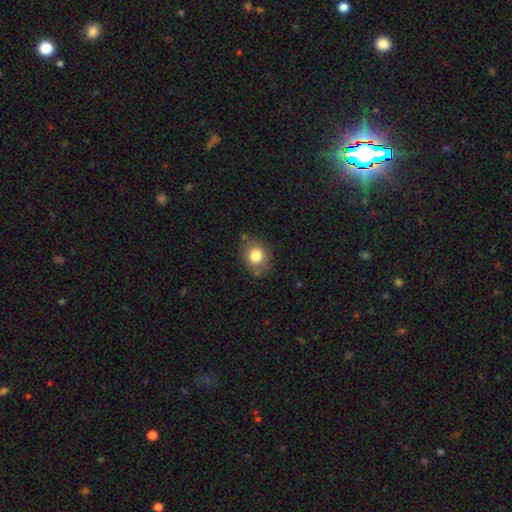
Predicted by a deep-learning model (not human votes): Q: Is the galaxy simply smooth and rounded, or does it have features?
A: smooth — 79%.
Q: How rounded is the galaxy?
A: round — 62%.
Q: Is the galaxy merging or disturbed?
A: none — 78%.